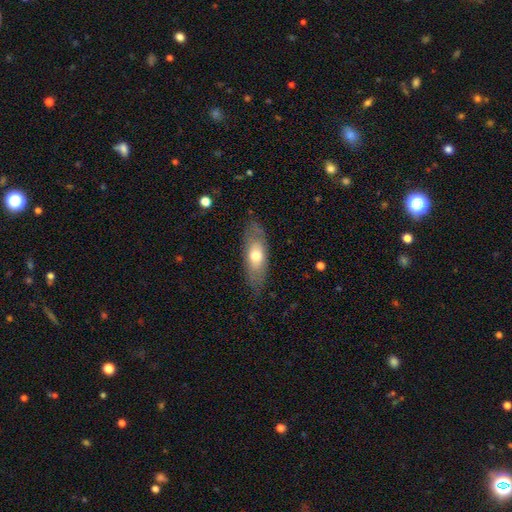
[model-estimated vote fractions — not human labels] Smooth or featured?
  - smooth: 60% *
  - featured or disk: 34%
  - star or artifact: 6%
How rounded?
  - in between: 71% *
  - cigar-shaped: 26%
  - round: 3%
Merging?
  - none: 78% *
  - minor disturbance: 16%
  - major disturbance: 5%
  - merger: 1%